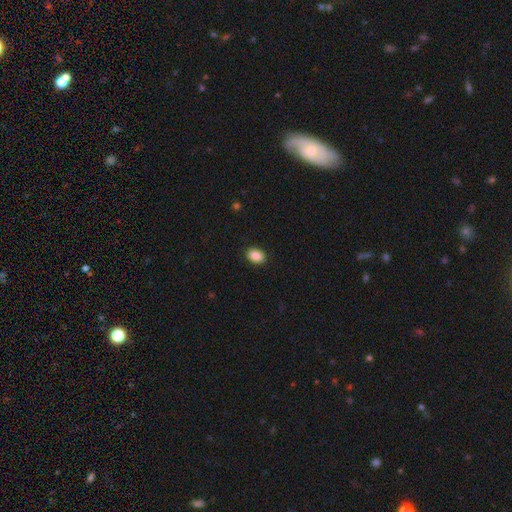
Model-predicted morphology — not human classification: This appears to be a smooth galaxy with no disk features (88%) that is in between round and cigar-shaped (74%). Merging: none (90%).